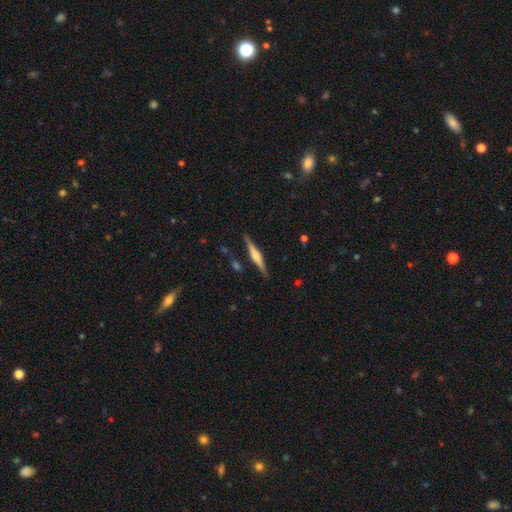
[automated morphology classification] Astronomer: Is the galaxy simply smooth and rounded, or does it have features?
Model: featured or disk — 70%.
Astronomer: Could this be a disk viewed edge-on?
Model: yes — 98%.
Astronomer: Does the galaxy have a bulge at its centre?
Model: rounded — 69%.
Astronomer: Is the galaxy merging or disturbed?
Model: none — 87%.